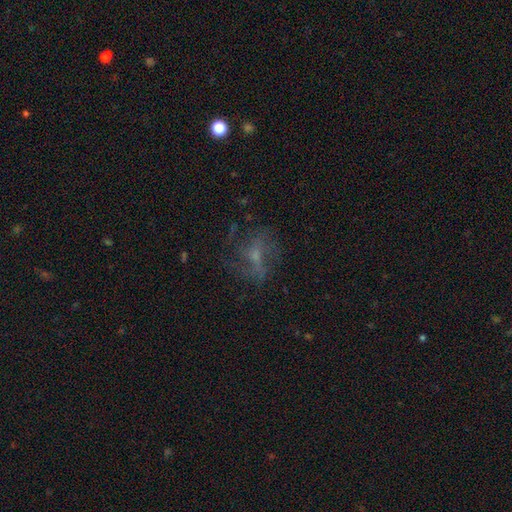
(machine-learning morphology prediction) Smooth or featured?
  - featured or disk: 57% *
  - smooth: 24%
  - star or artifact: 19%
Edge-on disk?
  - no: 95% *
  - yes: 5%
Bar?
  - no: 54% *
  - weak: 37%
  - strong: 9%
Spiral arms?
  - yes: 66% *
  - no: 34%
Bulge size?
  - small: 50% *
  - moderate: 27%
  - none: 19%
  - large: 3%
  - dominant: 1%
Merging?
  - none: 59% *
  - major disturbance: 21%
  - minor disturbance: 18%
  - merger: 2%